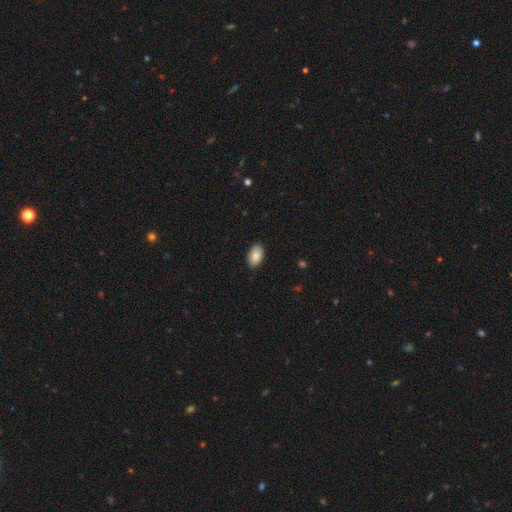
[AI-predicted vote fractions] A smooth galaxy with no disk features (87%) that is in between round and cigar-shaped (94%).

Vote fractions:
- Smooth or featured? smooth: 87% / star or artifact: 7% / featured or disk: 6%
- How rounded? in between: 94% / round: 4% / cigar-shaped: 1%
- Merging? none: 89% / minor disturbance: 8% / major disturbance: 2% / merger: 1%